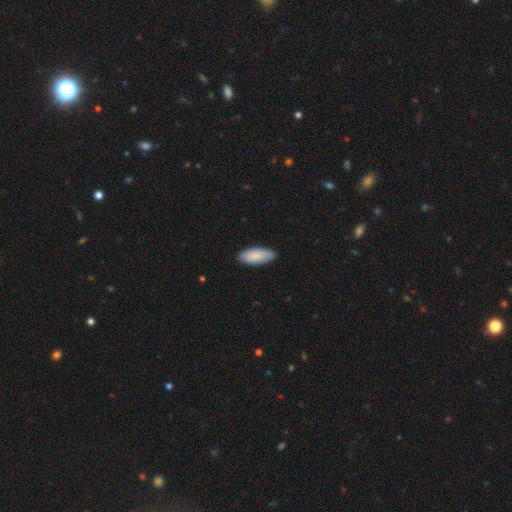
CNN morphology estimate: This is clearly a smooth galaxy (87%). How rounded: clearly in between (82%). Merging: clearly none (89%).